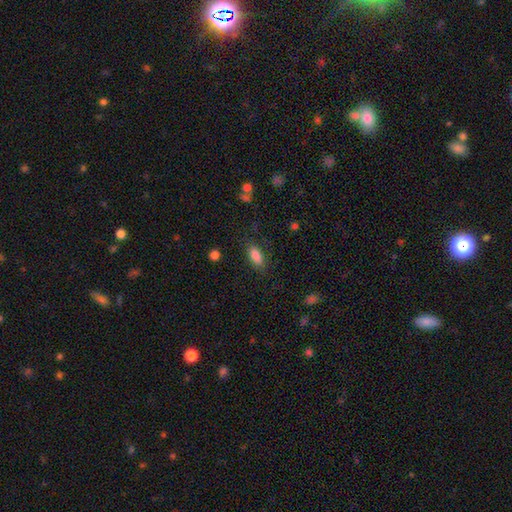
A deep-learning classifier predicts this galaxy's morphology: This appears to be a smooth galaxy with no disk features (86%) that is in between round and cigar-shaped (86%). Merging: none (81%).